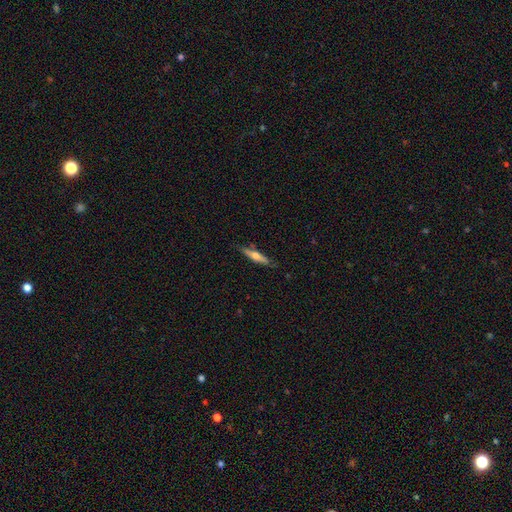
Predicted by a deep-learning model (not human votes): Smooth or featured? smooth (48%)
Merging? none (82%)